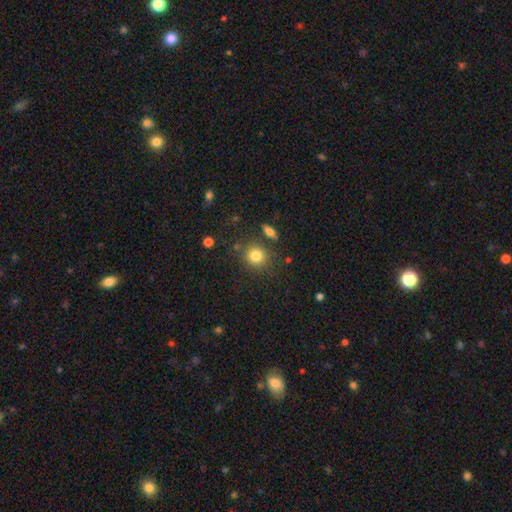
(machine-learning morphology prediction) Smooth or featured? Predicted: smooth (p=0.82). How rounded? Predicted: round (p=0.82). Merging? Predicted: none (p=0.77).